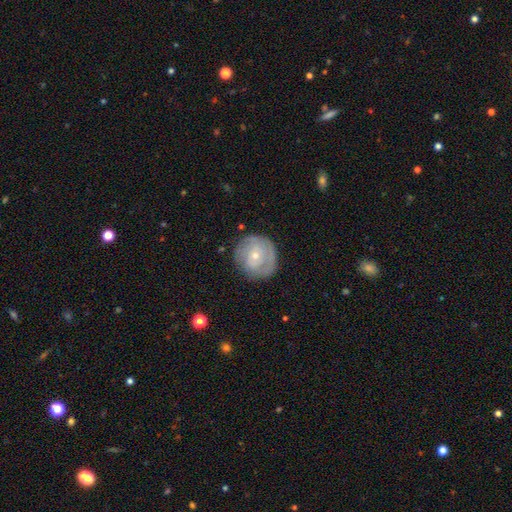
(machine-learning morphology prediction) A featured or disk galaxy (58%) with no bar (74%), spiral arms (69%) and a small central bulge (67%).

Vote fractions:
- Smooth or featured? featured or disk: 58% / smooth: 35% / star or artifact: 7%
- Edge-on disk? no: 97% / yes: 3%
- Bar? no: 74% / weak: 21% / strong: 5%
- Spiral arms? yes: 69% / no: 31%
- Bulge size? small: 67% / moderate: 29% / large: 1% / none: 1% / dominant: 1%
- Merging? none: 76% / minor disturbance: 16% / major disturbance: 6% / merger: 1%